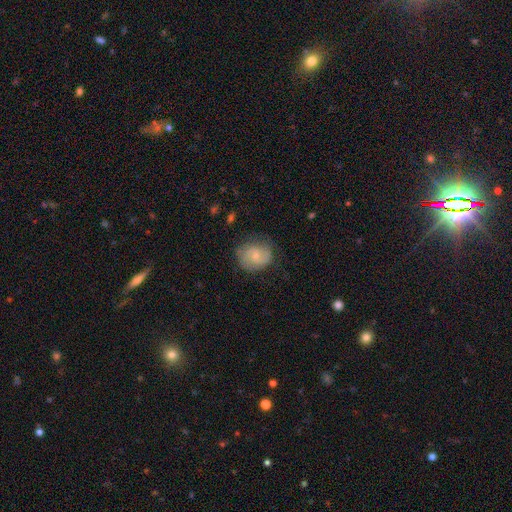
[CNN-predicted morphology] The model was most divided on "smooth or featured": smooth: 54%, featured or disk: 39%, star or artifact: 7%. More confident: merging — none (68%); how rounded — round (66%).